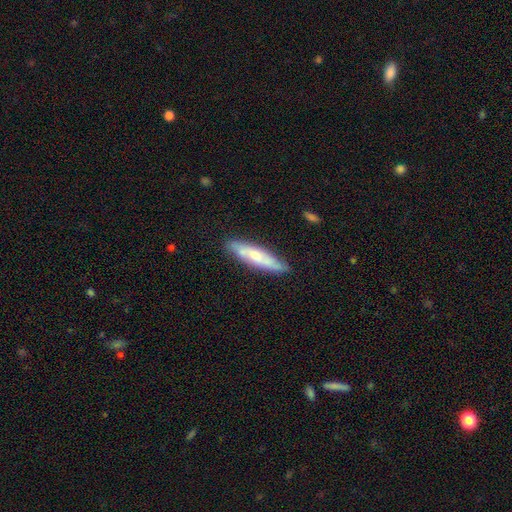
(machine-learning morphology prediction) Smooth or featured?
  - smooth: 49% *
  - featured or disk: 44%
  - star or artifact: 6%
Merging?
  - none: 81% *
  - minor disturbance: 14%
  - major disturbance: 3%
  - merger: 2%